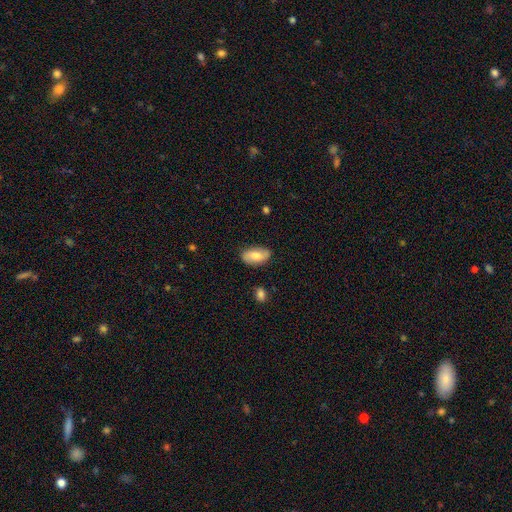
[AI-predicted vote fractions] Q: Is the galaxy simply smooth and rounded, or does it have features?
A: smooth — 68%.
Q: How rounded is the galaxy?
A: in between — 93%.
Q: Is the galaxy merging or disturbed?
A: none — 80%.